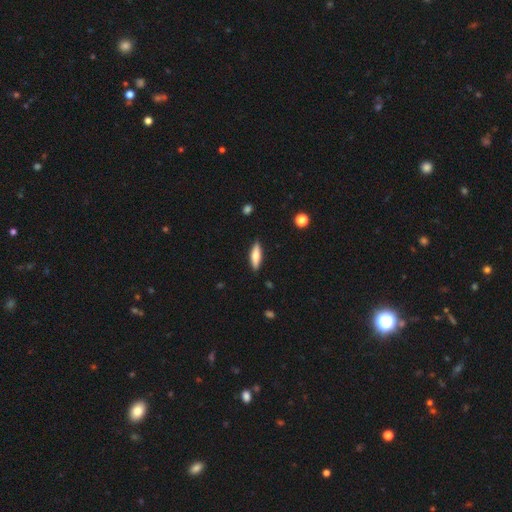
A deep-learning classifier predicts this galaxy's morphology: Q: Smooth or featured?
A: smooth (65%); runner-up: featured or disk (29%)
Q: How rounded?
A: cigar-shaped (56%); runner-up: in between (42%)
Q: Merging?
A: none (88%); runner-up: minor disturbance (9%)